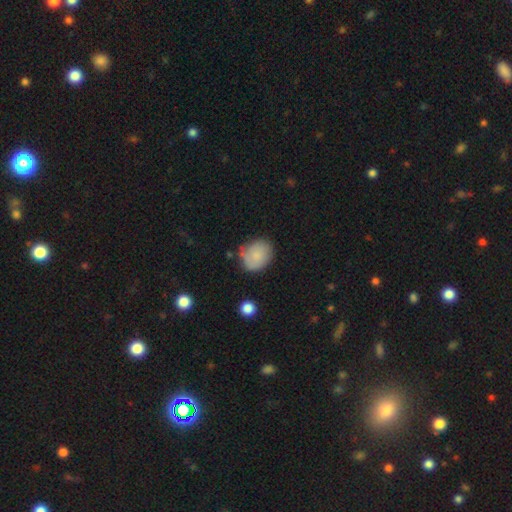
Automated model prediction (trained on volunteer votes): Overall: smooth (80%). How rounded: round (53%; in between 46%). Merging: none (61%; minor disturbance 27%).